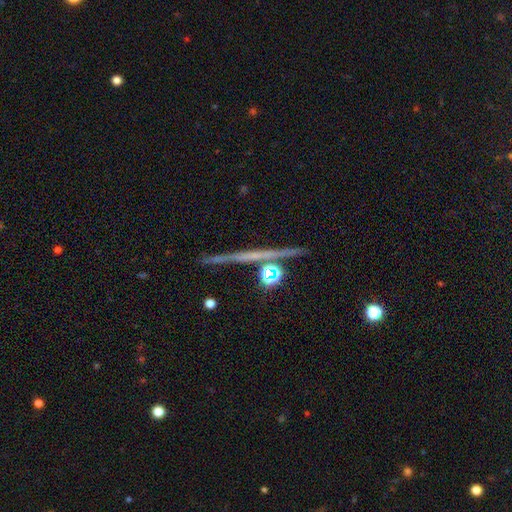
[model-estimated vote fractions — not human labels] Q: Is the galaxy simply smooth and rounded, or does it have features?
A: featured or disk — 61%.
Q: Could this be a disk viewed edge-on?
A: yes — 96%.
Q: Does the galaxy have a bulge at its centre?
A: none — 75%.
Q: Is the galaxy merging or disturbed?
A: none — 85%.